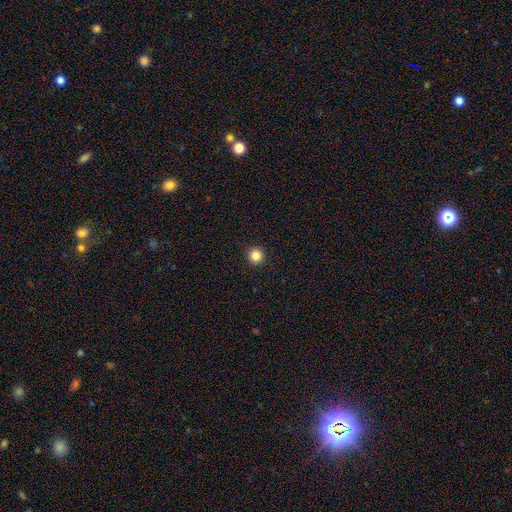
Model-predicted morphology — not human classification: Q: Smooth or featured?
A: smooth (85%); runner-up: star or artifact (11%)
Q: How rounded?
A: round (96%); runner-up: in between (3%)
Q: Merging?
A: none (93%); runner-up: minor disturbance (4%)